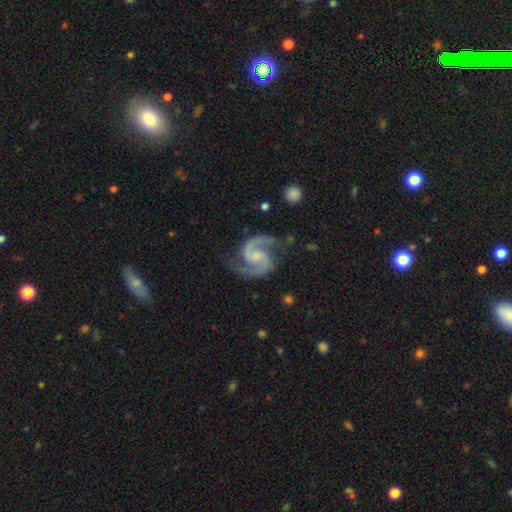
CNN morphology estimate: This is clearly a featured or disk galaxy (94%). It is clearly not viewed edge-on (98%). Bar: possibly no (53%). Spiral arm pattern: clearly yes (99%). Spiral arm count: clearly 2 (94%). Spiral winding: likely medium (66%). Central bulge: possibly small (52%). Merging: likely none (76%).